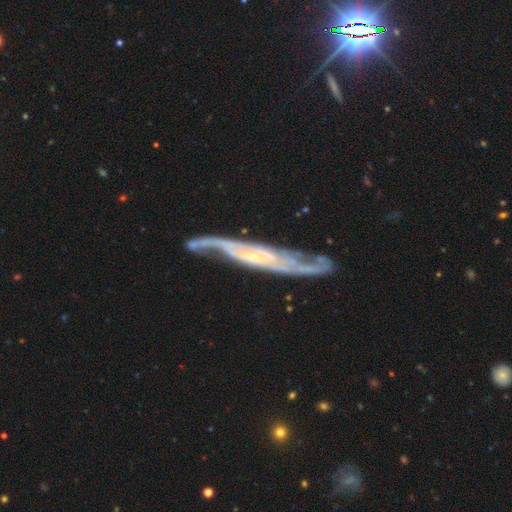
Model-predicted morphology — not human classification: Smooth or featured?
  - featured or disk: 87% *
  - smooth: 8%
  - star or artifact: 5%
Edge-on disk?
  - no: 58% *
  - yes: 42%
Bar?
  - no: 44% *
  - weak: 37%
  - strong: 19%
Spiral arms?
  - yes: 96% *
  - no: 4%
Bulge size?
  - small: 64% *
  - moderate: 17%
  - none: 15%
  - large: 2%
  - dominant: 1%
Merging?
  - none: 67% *
  - minor disturbance: 20%
  - major disturbance: 9%
  - merger: 4%